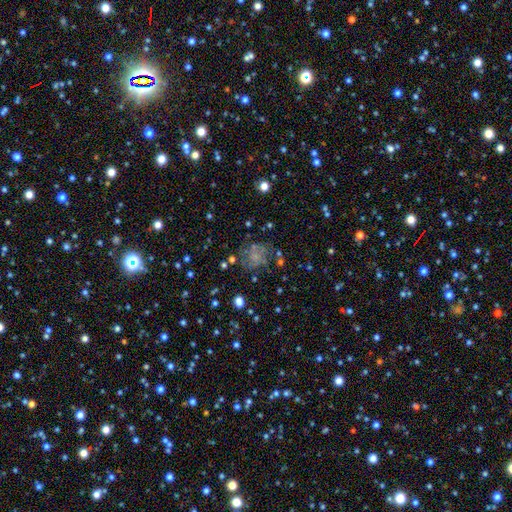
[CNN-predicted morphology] type=smooth (41%); merging=none (58%).